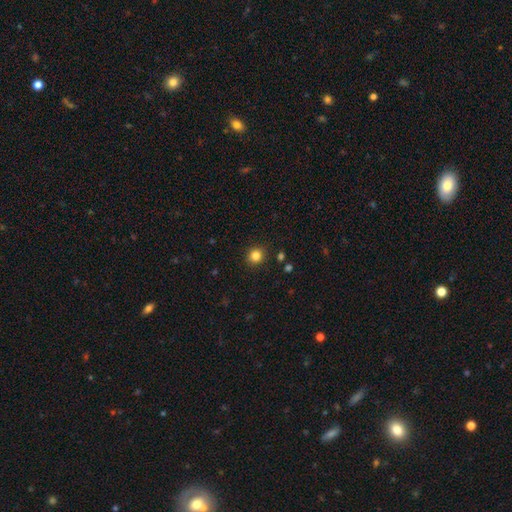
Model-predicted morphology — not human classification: smooth-or-featured: smooth: 83% | star or artifact: 12% | featured or disk: 5%
  how-rounded: round: 88% | in between: 11% | cigar-shaped: 1%
  merging: none: 90% | minor disturbance: 6% | major disturbance: 2% | merger: 1%